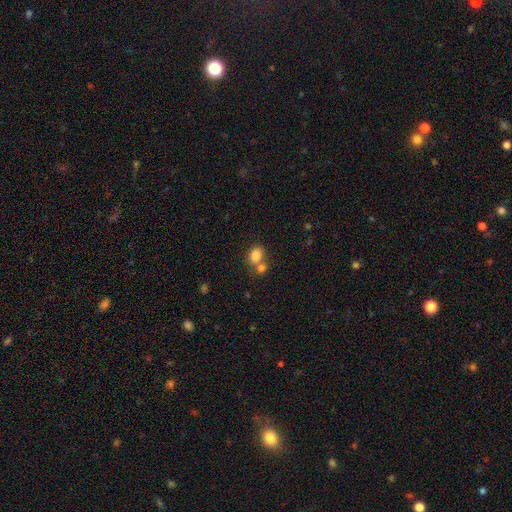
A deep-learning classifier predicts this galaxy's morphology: Smooth or featured?
  - smooth: 83% *
  - star or artifact: 10%
  - featured or disk: 8%
How rounded?
  - in between: 60% *
  - round: 38%
  - cigar-shaped: 1%
Merging?
  - merger: 43% * (tied)
  - none: 43% * (tied)
  - minor disturbance: 10%
  - major disturbance: 4%